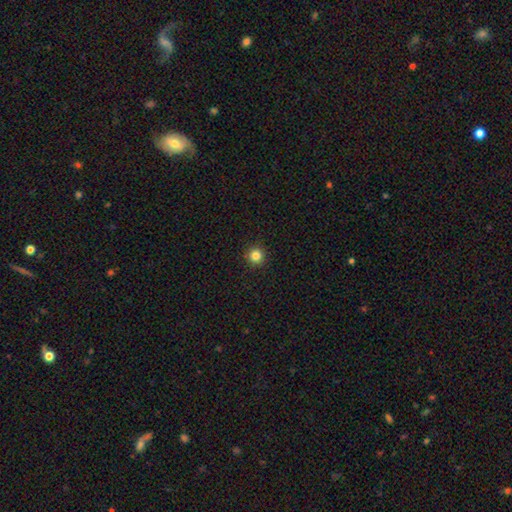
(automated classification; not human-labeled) Smooth or featured: smooth — 83% (star or artifact — 12%)
How rounded: round — 95% (in between — 4%)
Merging: none — 93% (minor disturbance — 5%)